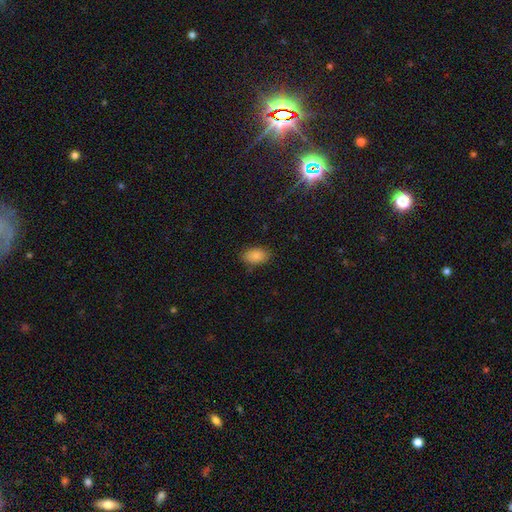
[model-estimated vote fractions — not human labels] Smooth or featured: smooth — 87% (star or artifact — 8%)
How rounded: in between — 91% (round — 8%)
Merging: none — 82% (minor disturbance — 13%)